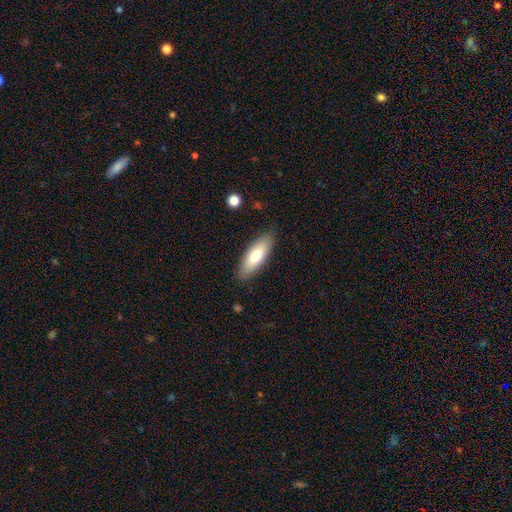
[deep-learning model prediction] Morphology: type=smooth (73%); roundness=in between (64%); merging=none (87%).